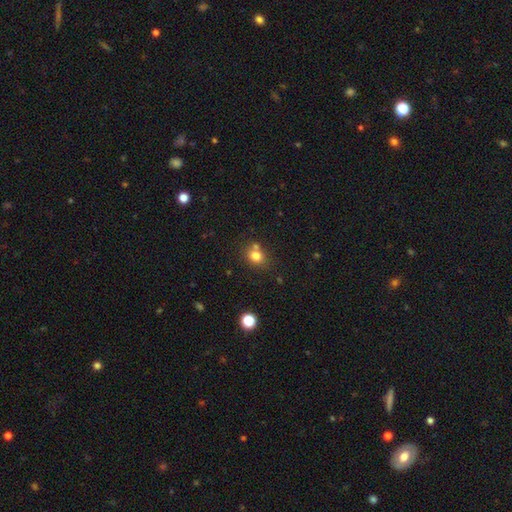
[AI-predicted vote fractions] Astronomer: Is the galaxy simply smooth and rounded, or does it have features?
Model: smooth — 77%.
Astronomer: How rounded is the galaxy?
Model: round — 66%.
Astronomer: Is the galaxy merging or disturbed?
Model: none — 64%.